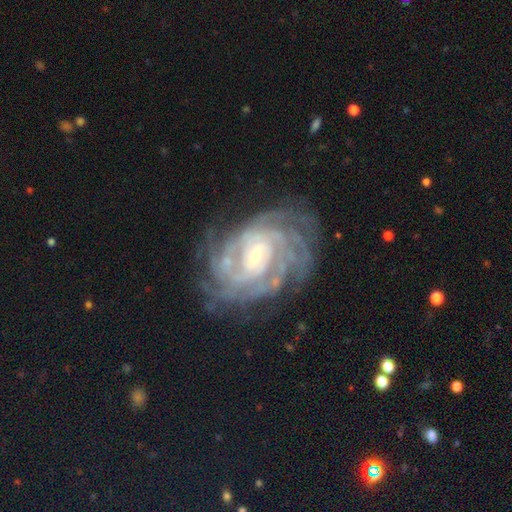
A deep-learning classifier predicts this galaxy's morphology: Smooth or featured: featured or disk — 90% (star or artifact — 6%)
Edge-on disk: no — 97% (yes — 3%)
Bar: no — 43% (weak — 42%)
Spiral arms: yes — 98% (no — 2%)
Spiral winding: tight — 77% (medium — 20%)
Spiral arm count: can't tell — 28% (4 — 25%)
Bulge size: small — 63% (moderate — 33%)
Merging: none — 73% (minor disturbance — 18%)